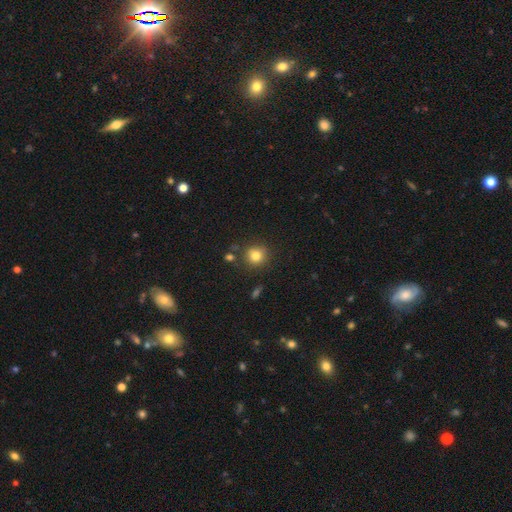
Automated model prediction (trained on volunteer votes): Smooth or featured? Predicted: smooth (p=0.81). How rounded? Predicted: round (p=0.88). Merging? Predicted: none (p=0.81).